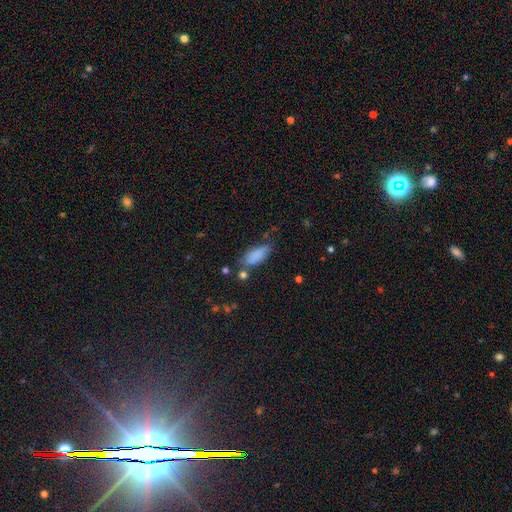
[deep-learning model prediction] A smooth galaxy with no disk features (84%) that is in between round and cigar-shaped (78%). Merging: none (63%).